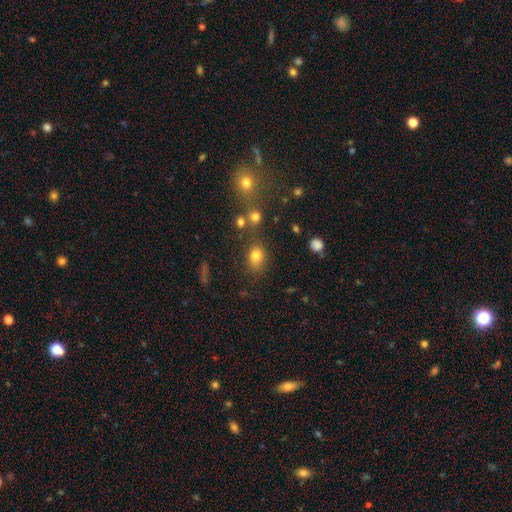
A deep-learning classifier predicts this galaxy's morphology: smooth-or-featured: smooth: 78% | star or artifact: 14% | featured or disk: 8%
  how-rounded: in between: 59% | round: 39% | cigar-shaped: 2%
  merging: none: 67% | minor disturbance: 16% | merger: 10% | major disturbance: 7%